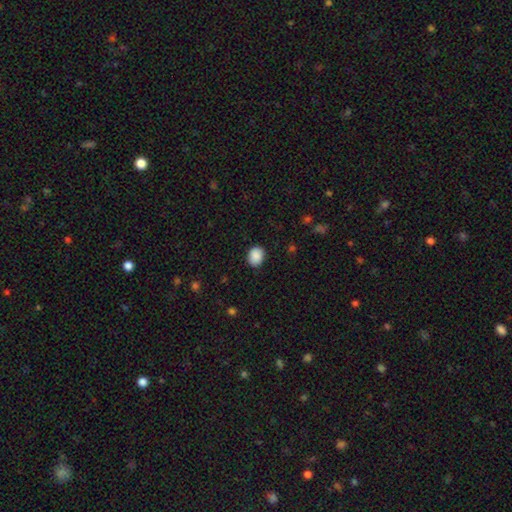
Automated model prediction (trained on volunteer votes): A smooth galaxy with no disk features (89%) that is in between round and cigar-shaped (52%). Merging: none (86%).